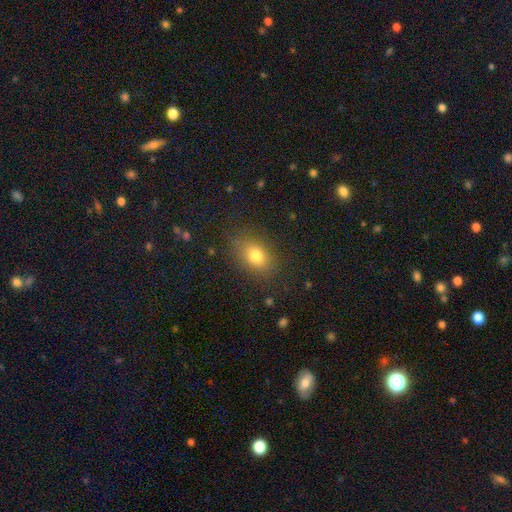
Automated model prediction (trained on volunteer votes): smooth-or-featured: smooth: 78% | star or artifact: 11% | featured or disk: 11%
  how-rounded: in between: 78% | round: 20% | cigar-shaped: 2%
  merging: none: 83% | minor disturbance: 12% | major disturbance: 4% | merger: 1%